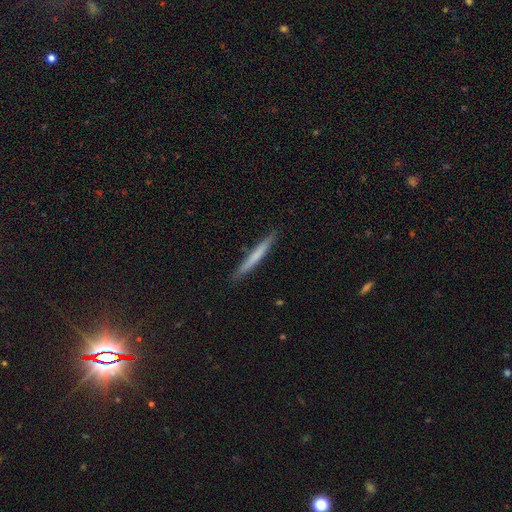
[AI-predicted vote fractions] Smooth or featured: smooth — 63% (featured or disk — 32%)
How rounded: cigar-shaped — 97% (in between — 2%)
Merging: none — 90% (minor disturbance — 8%)